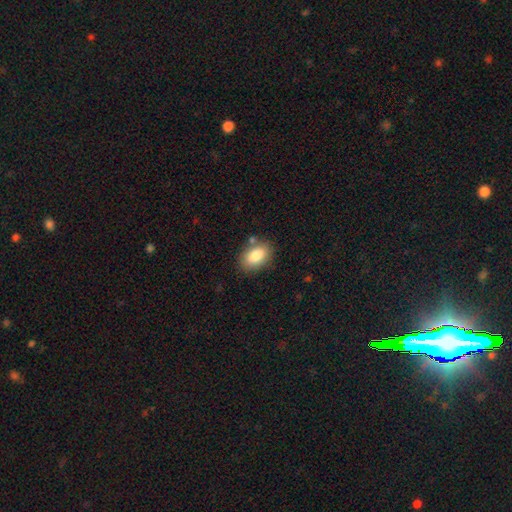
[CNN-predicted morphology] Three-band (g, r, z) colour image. It shows a smooth galaxy with no disk features (84%) that is in between round and cigar-shaped (88%). Merging: none (79%).